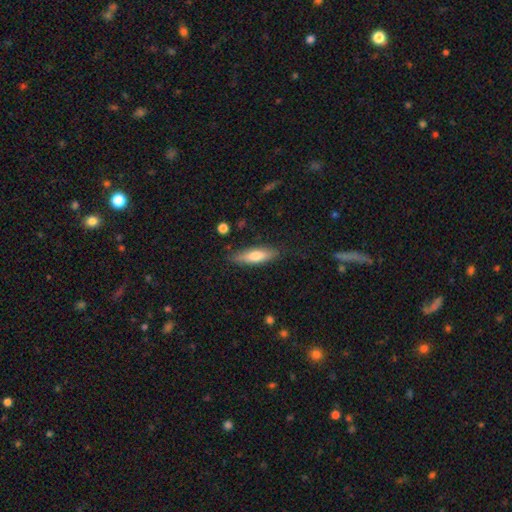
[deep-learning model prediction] A smooth galaxy with no disk features (65%) that is cigar-shaped (64%). Merging: none (83%).